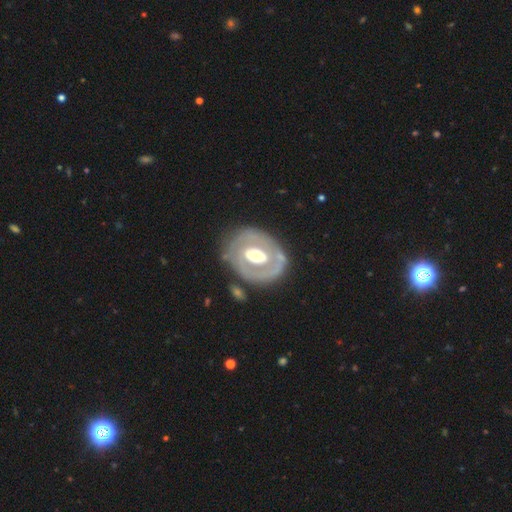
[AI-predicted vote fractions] Smooth or featured? featured or disk (70%)
Edge-on disk? no (96%)
Bar? no (53%)
Spiral arms? no (65%)
Bulge size? moderate (62%)
Merging? none (70%)